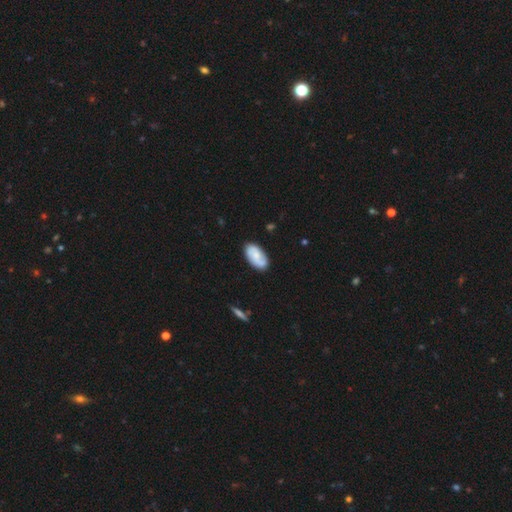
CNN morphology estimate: smooth_or_featured: smooth (p=0.51) [alt: featured or disk p=0.42]
how_rounded: in between (p=0.94) [alt: round p=0.03]
merging: none (p=0.81) [alt: minor disturbance p=0.14]